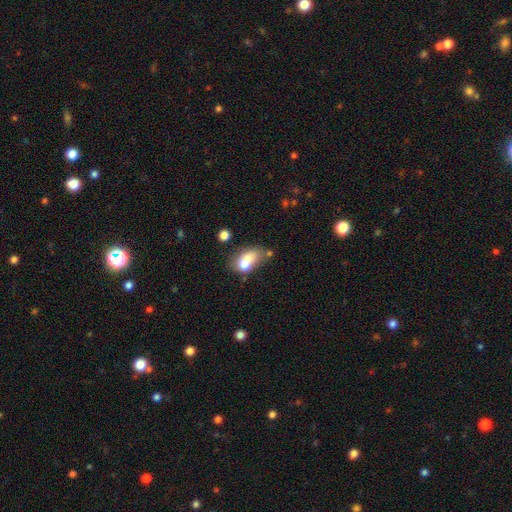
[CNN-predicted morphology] This appears to be a smooth galaxy with no disk features (67%) that is in between round and cigar-shaped (73%). Merging: merger (50%).